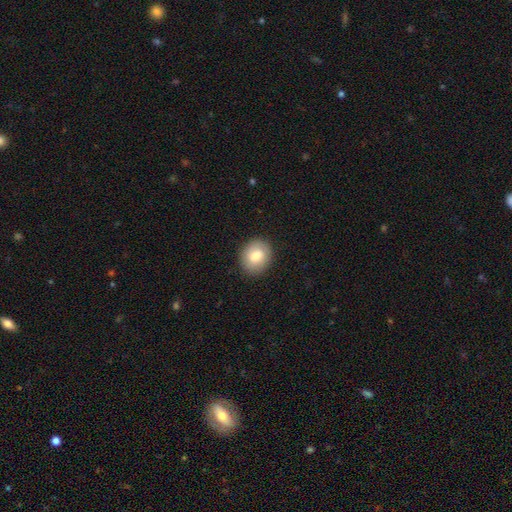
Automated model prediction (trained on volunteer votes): A smooth galaxy with no disk features (80%) that is round (55%).

Vote fractions:
- Smooth or featured? smooth: 80% / featured or disk: 13% / star or artifact: 7%
- How rounded? round: 55% / in between: 44% / cigar-shaped: 1%
- Merging? none: 86% / minor disturbance: 10% / major disturbance: 3% / merger: 1%